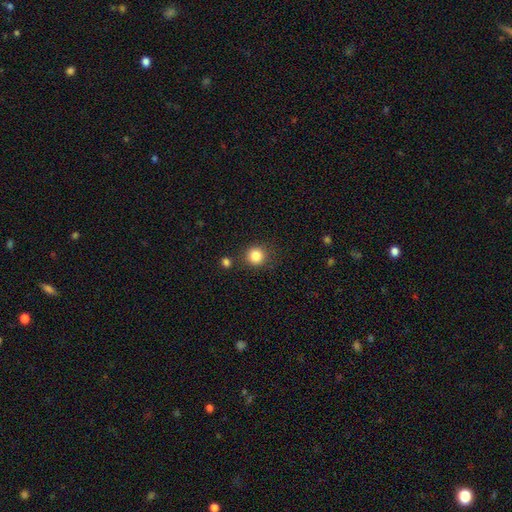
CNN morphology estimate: smooth-or-featured: smooth: 85% | star or artifact: 11% | featured or disk: 4%
  how-rounded: round: 92% | in between: 7% | cigar-shaped: 1%
  merging: none: 83% | minor disturbance: 9% | merger: 5% | major disturbance: 3%